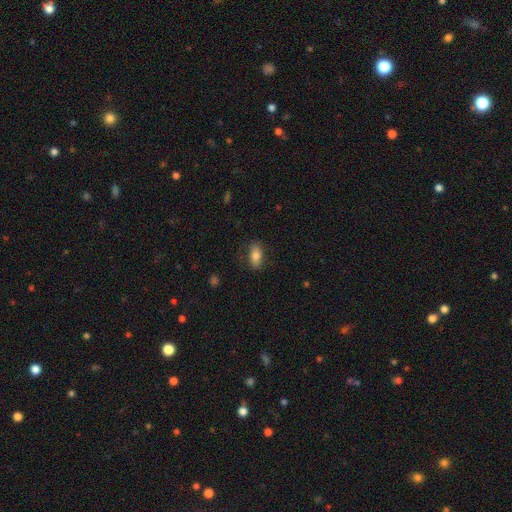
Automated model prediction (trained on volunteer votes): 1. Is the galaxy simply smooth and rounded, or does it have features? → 78% smooth, 14% featured or disk, 8% star or artifact.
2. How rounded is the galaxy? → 86% in between, 9% cigar-shaped, 5% round.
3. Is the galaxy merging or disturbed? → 81% none, 14% minor disturbance, 4% major disturbance, 1% merger.